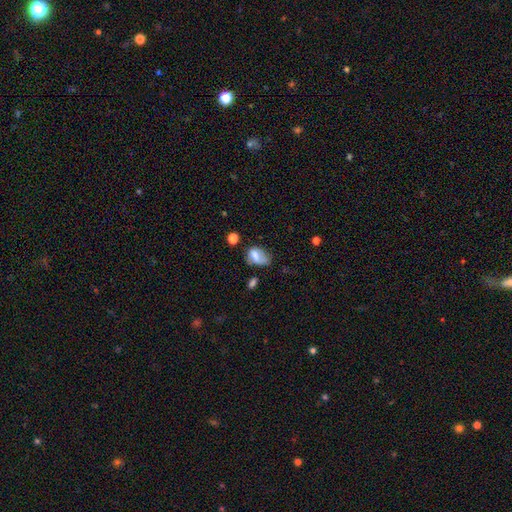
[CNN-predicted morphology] This appears to be a smooth galaxy with no disk features (67%) that is in between round and cigar-shaped (79%). Merging: none (35%, tied with minor disturbance).